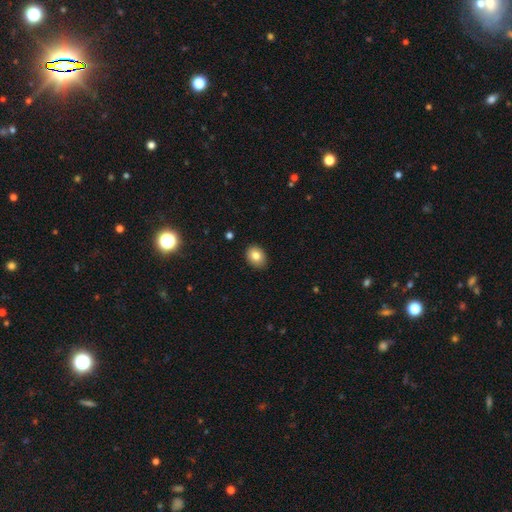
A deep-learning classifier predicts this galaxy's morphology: smooth_or_featured: smooth (p=0.81) [alt: featured or disk p=0.10]
how_rounded: in between (p=0.53) [alt: round p=0.46]
merging: none (p=0.90) [alt: minor disturbance p=0.07]